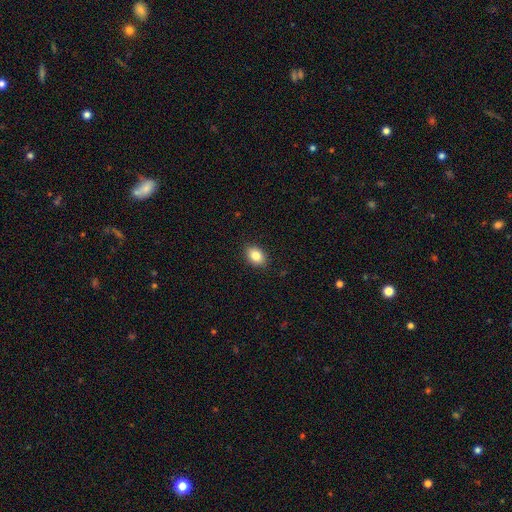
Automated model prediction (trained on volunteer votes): Overall: smooth (83%). How rounded: in between (79%). Merging: none (89%).